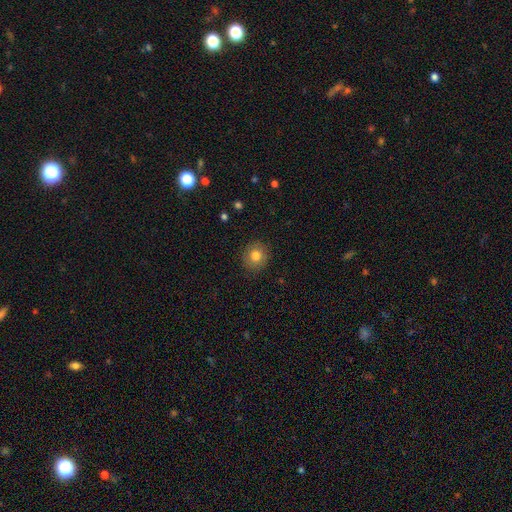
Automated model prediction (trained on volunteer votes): A smooth galaxy with no disk features (81%) that is round (83%).

Vote fractions:
- Smooth or featured? smooth: 81% / star or artifact: 10% / featured or disk: 9%
- How rounded? round: 83% / in between: 16% / cigar-shaped: 1%
- Merging? none: 89% / minor disturbance: 8% / major disturbance: 2% / merger: 1%